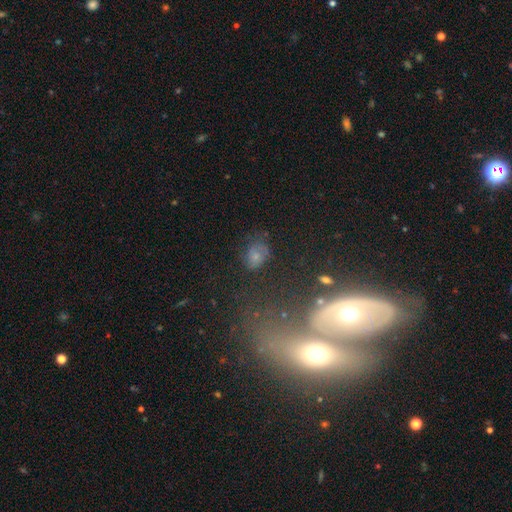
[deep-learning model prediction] smooth-or-featured: smooth: 59% | featured or disk: 22% | star or artifact: 18%
  how-rounded: in between: 64% | round: 35% | cigar-shaped: 2%
  merging: none: 63% | minor disturbance: 23% | major disturbance: 11% | merger: 4%